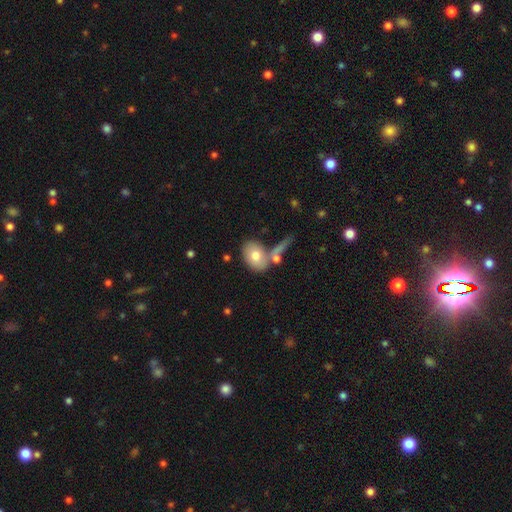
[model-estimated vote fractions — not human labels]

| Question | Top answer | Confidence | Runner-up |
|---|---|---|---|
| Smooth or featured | smooth | 73% | featured or disk (20%) |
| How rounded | in between | 78% | round (20%) |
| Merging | none | 51% | merger (27%) |